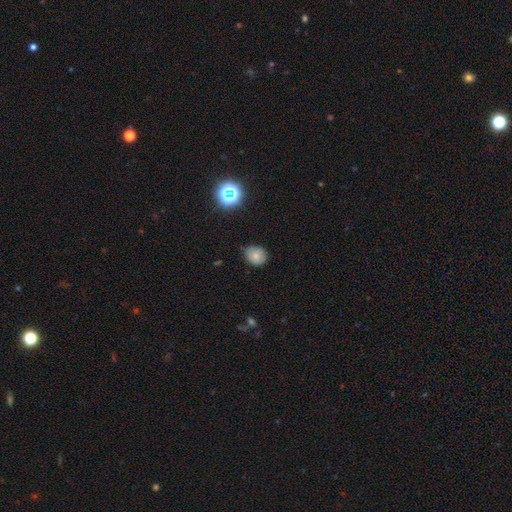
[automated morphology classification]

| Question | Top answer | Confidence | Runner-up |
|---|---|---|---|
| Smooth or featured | smooth | 75% | star or artifact (13%) |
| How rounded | round | 66% | in between (33%) |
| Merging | none | 75% | minor disturbance (21%) |